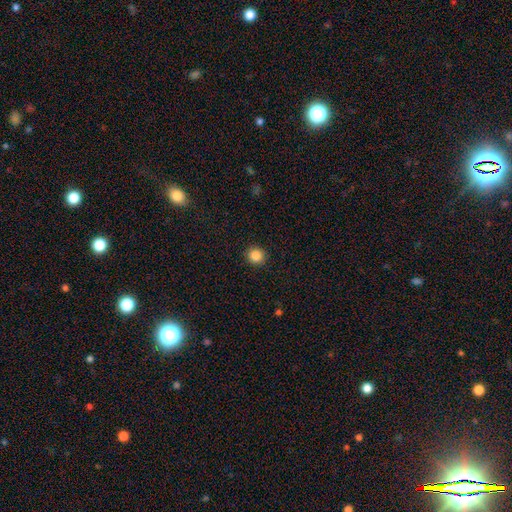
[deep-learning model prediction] A smooth galaxy with no disk features (85%) that is round (93%). Merging: none (92%).